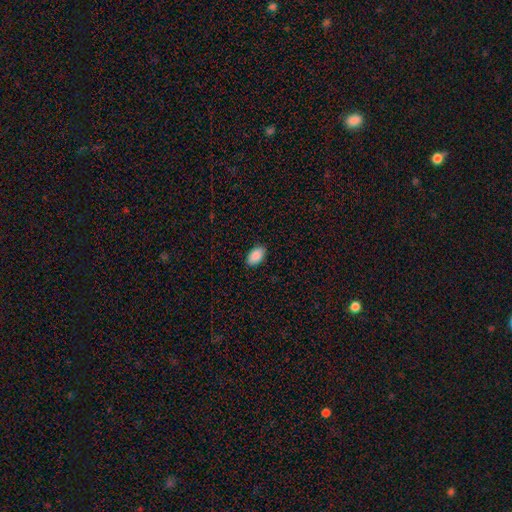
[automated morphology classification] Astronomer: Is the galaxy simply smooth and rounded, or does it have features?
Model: smooth — 90%.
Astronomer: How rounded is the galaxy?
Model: in between — 93%.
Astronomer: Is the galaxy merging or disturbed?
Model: none — 88%.